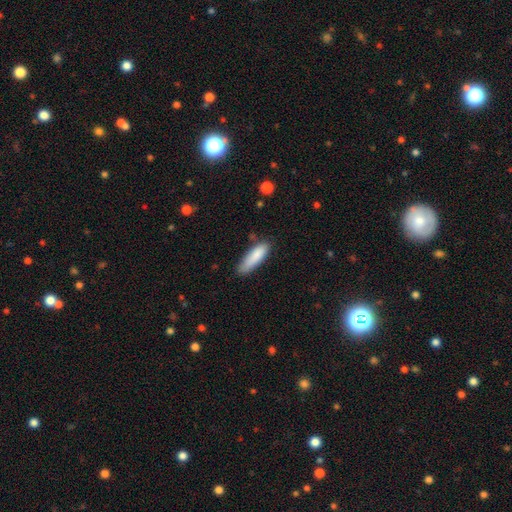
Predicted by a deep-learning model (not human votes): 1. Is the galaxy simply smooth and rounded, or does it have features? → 85% smooth, 9% featured or disk, 6% star or artifact.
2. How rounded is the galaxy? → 55% cigar-shaped, 44% in between, 2% round.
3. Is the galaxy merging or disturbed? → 70% none, 23% minor disturbance, 4% major disturbance, 3% merger.